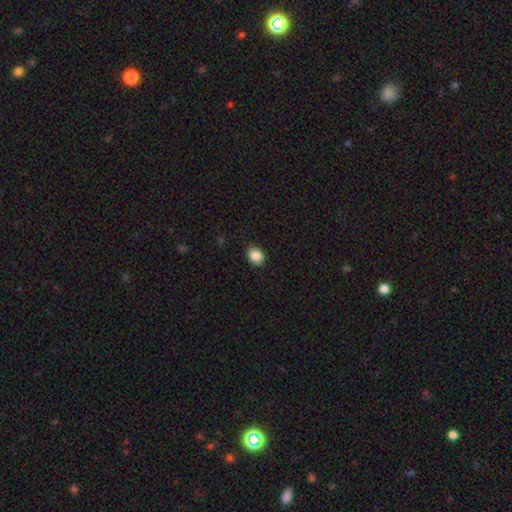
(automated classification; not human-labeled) Q: Smooth or featured?
A: smooth (86%); runner-up: star or artifact (9%)
Q: How rounded?
A: in between (56%); runner-up: round (43%)
Q: Merging?
A: none (86%); runner-up: minor disturbance (11%)